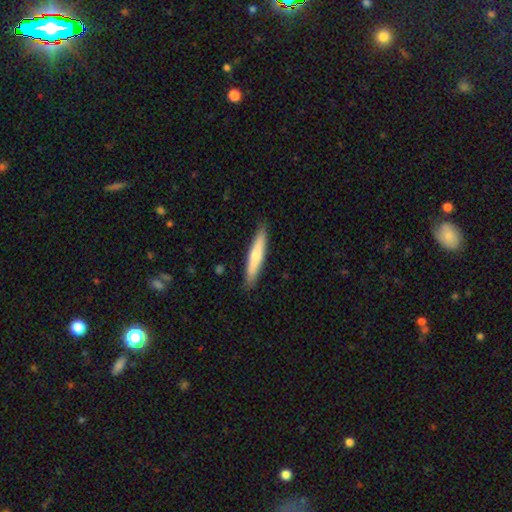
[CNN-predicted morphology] smooth 66%, featured or disk 29%, star or artifact 5%. Down the decision tree: how rounded — cigar-shaped (91%); merging — none (89%).